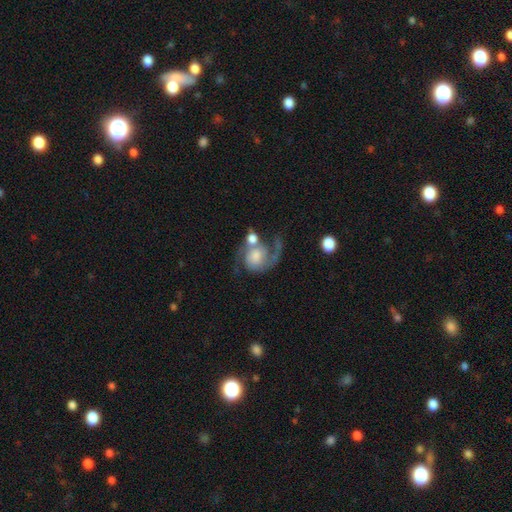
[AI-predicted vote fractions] Smooth or featured? Predicted: featured or disk (p=0.76). Edge-on disk? Predicted: no (p=0.98). Bar? Predicted: no (p=0.67). Spiral arms? Predicted: yes (p=0.93). Spiral winding? Predicted: loose (p=0.45). Spiral arm count? Predicted: 2 (p=0.70). Bulge size? Predicted: moderate (p=0.31). Merging? Predicted: merger (p=0.38).